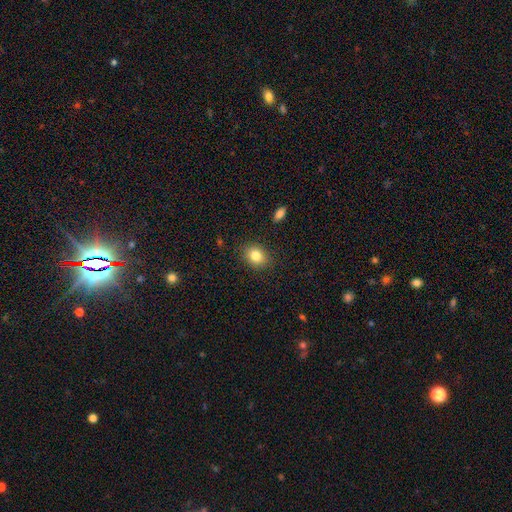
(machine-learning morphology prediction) smooth 83%, star or artifact 10%, featured or disk 8%. Down the decision tree: how rounded — in between (53%); merging — none (87%).